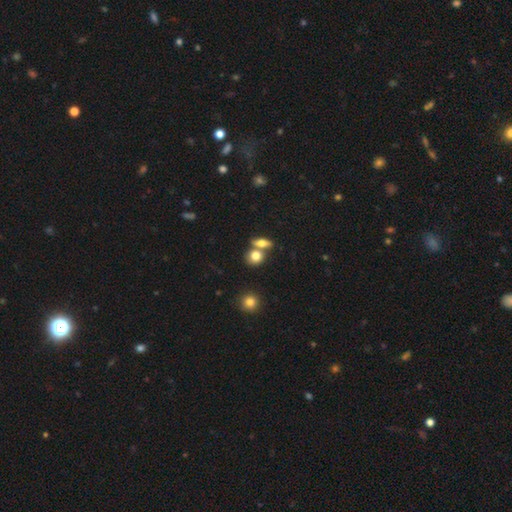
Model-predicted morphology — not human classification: Overall: smooth (76%). How rounded: round (58%; in between 38%). Merging: none (48%; merger 41%).